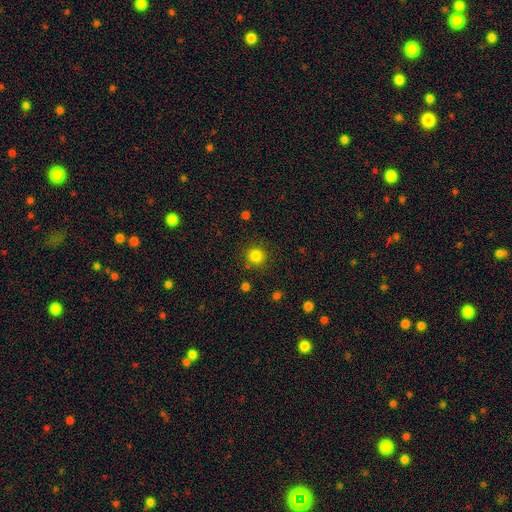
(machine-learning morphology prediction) This appears to be a smooth galaxy with no disk features (83%) that is round (94%). Merging: none (87%).